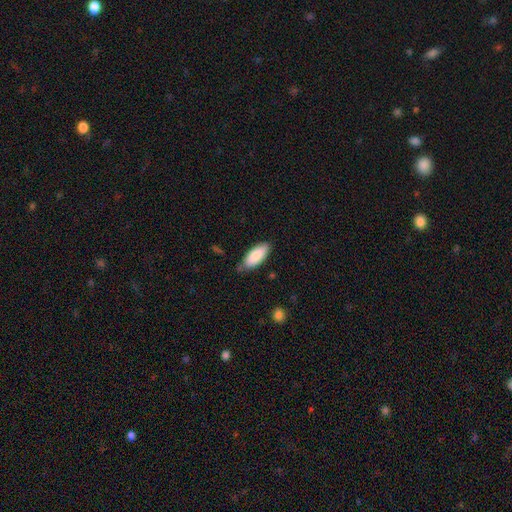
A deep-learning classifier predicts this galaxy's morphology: This is clearly a smooth galaxy (87%). How rounded: clearly in between (84%). Merging: likely none (74%).